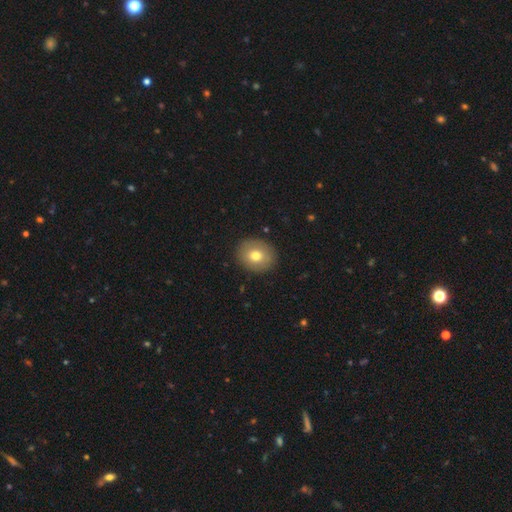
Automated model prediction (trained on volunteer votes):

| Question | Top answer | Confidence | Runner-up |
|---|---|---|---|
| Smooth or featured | smooth | 73% | featured or disk (18%) |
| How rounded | round | 70% | in between (29%) |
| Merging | none | 89% | minor disturbance (7%) |